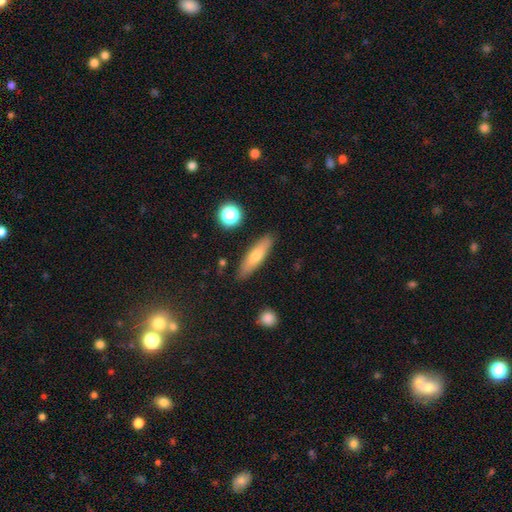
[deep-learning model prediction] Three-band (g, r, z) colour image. It shows a smooth galaxy with no disk features (66%) that is cigar-shaped (70%). Merging: none (87%).